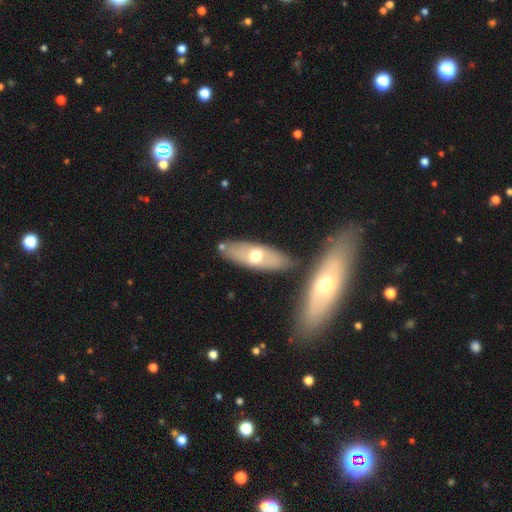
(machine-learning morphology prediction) Smooth or featured?
  - smooth: 53% *
  - featured or disk: 41%
  - star or artifact: 6%
How rounded?
  - in between: 66% *
  - cigar-shaped: 31%
  - round: 3%
Merging?
  - none: 76% *
  - minor disturbance: 12%
  - merger: 9%
  - major disturbance: 3%